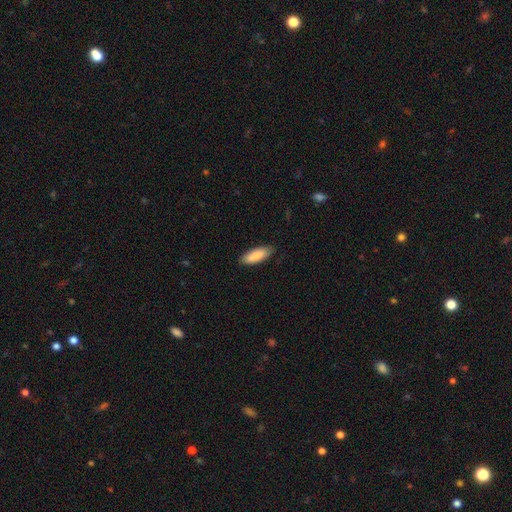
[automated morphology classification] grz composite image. It shows a smooth galaxy with no disk features (85%) that is in between round and cigar-shaped (62%). Merging: none (86%).